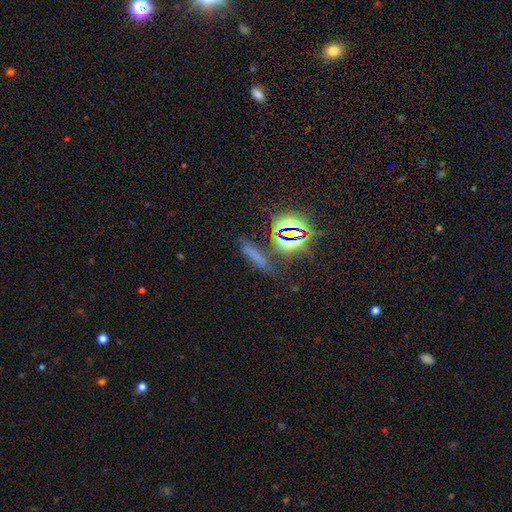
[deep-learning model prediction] This is possibly a star or artifact rather than a galaxy (46%).